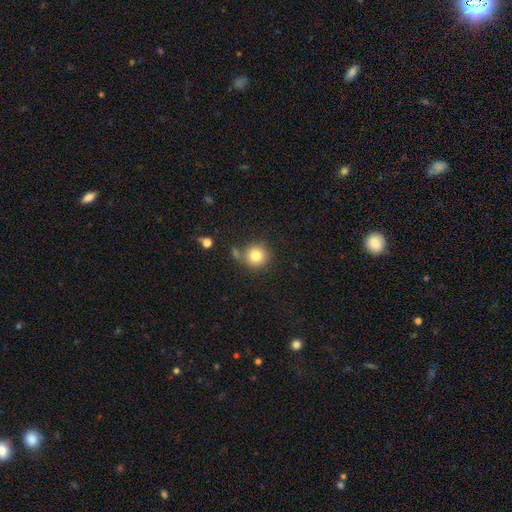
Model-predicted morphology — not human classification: This is clearly a smooth galaxy (81%). How rounded: clearly round (93%). Merging: likely none (69%).